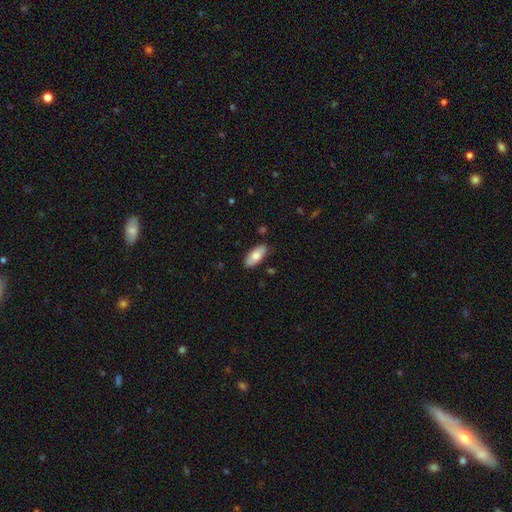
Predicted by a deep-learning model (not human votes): The model was most divided on "smooth or featured": smooth: 74%, featured or disk: 20%, star or artifact: 6%. More confident: how rounded — in between (86%); merging — none (85%).